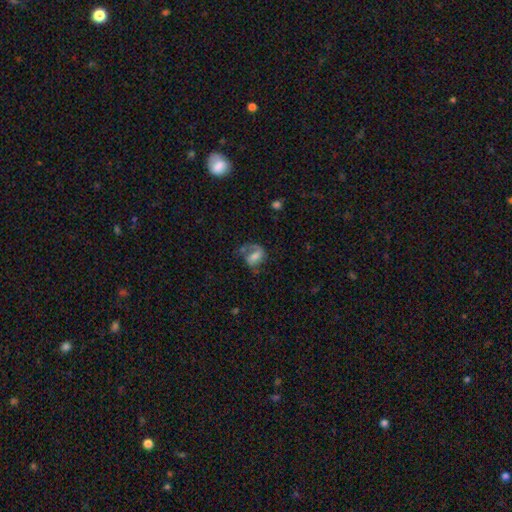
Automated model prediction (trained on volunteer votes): smooth-or-featured: featured or disk: 63% | smooth: 25% | star or artifact: 13%
  disk-edge-on: no: 97% | yes: 3%
    bar: weak: 42% | no: 37% | strong: 21%
    has-spiral-arms: yes: 83% | no: 17%
      spiral-winding: medium: 42% | loose: 38% | tight: 20%
      spiral-arm-count: 2: 46% | 1: 44% | can't tell: 8% | 3: 1% | 4: 1% | more than 4: 1%
    bulge-size: moderate: 38% | small: 31% | none: 15% | large: 13% | dominant: 3%
  merging: none: 47% | major disturbance: 29% | minor disturbance: 19% | merger: 6%